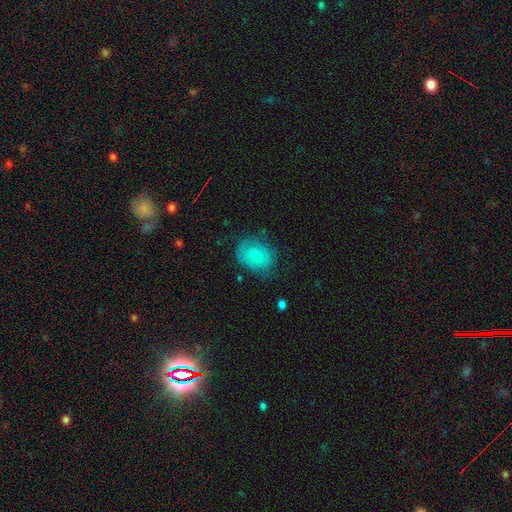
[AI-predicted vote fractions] This appears to be a smooth galaxy with no disk features (66%) that is in between round and cigar-shaped (57%). Merging: none (63%).